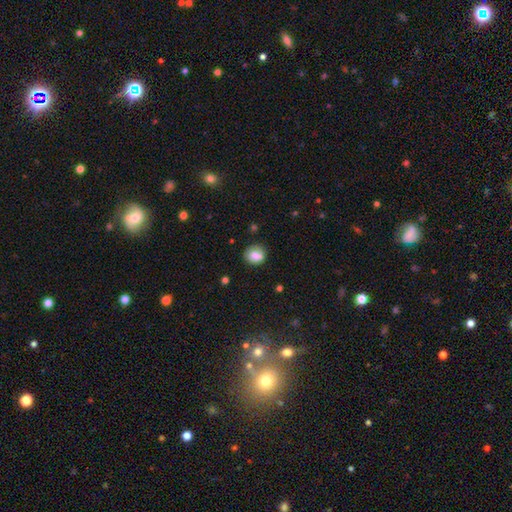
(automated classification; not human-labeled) Smooth or featured? Predicted: smooth (p=0.77). How rounded? Predicted: round (p=0.72). Merging? Predicted: none (p=0.69).